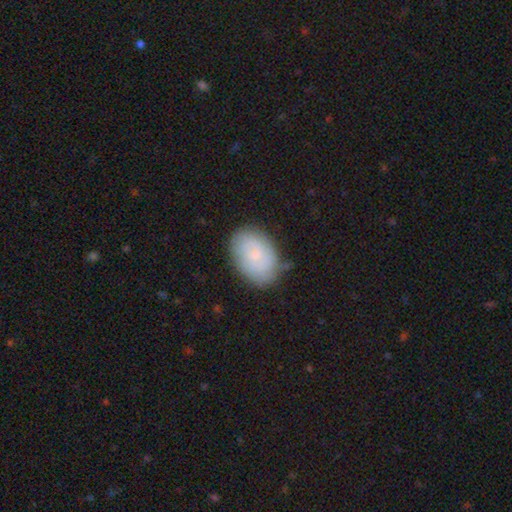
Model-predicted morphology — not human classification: This is possibly a smooth galaxy (55%). How rounded: clearly in between (82%). Merging: likely none (75%).